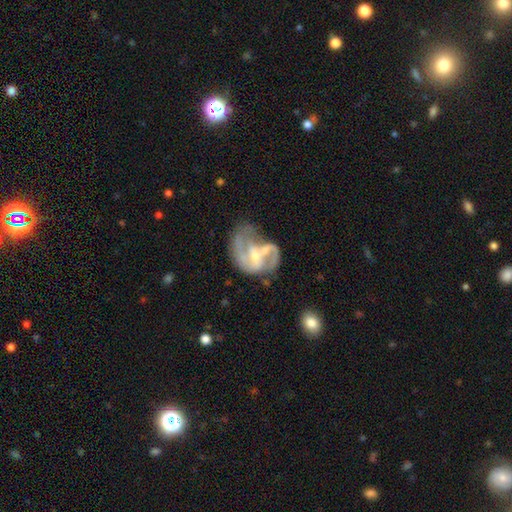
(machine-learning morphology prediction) featured or disk 84%, smooth 9%, star or artifact 6%. Down the decision tree: edge-on disk — no (98%); bar — weak (44%); spiral arms — yes (90%); spiral arm count — 2 (68%); spiral winding — medium (49%); bulge size — small (52%); merging — none (35%).